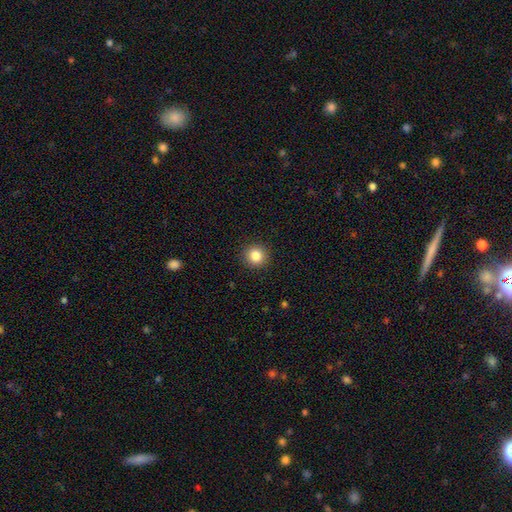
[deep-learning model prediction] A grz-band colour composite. It shows a smooth galaxy with no disk features (84%) that is round (93%). Merging: none (92%).